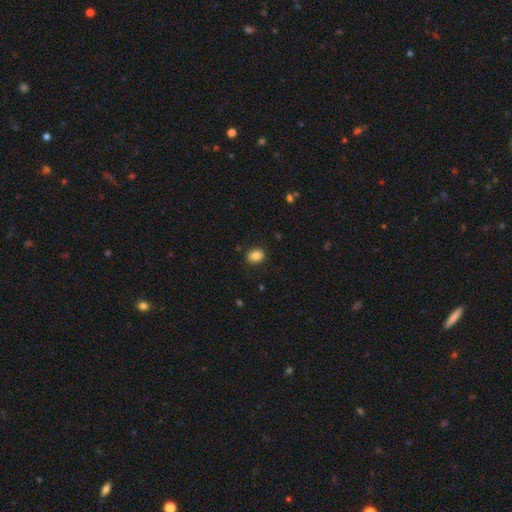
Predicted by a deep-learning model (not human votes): The model was most divided on "how rounded": in between: 50%, round: 49%, cigar-shaped: 1%. More confident: merging — none (88%); smooth or featured — smooth (86%).